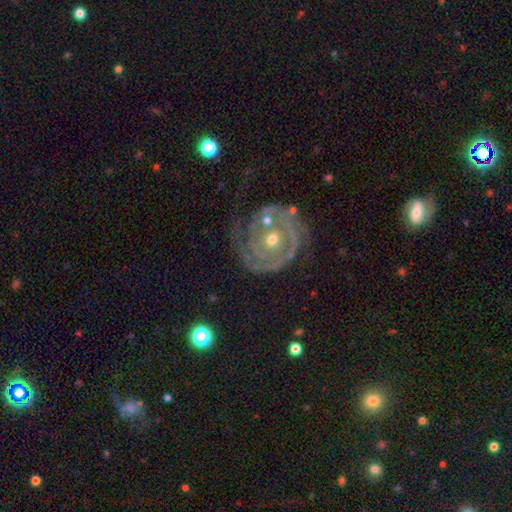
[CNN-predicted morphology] The model was most divided on "bulge size": moderate: 51%, small: 45%, large: 1%, none: 1%, dominant: 1%. Remaining: edge-on disk — no (97%); spiral arms — yes (95%); smooth or featured — featured or disk (89%); spiral winding — tight (77%); bar — no (74%); merging — none (67%); spiral arm count — 2 (45%).